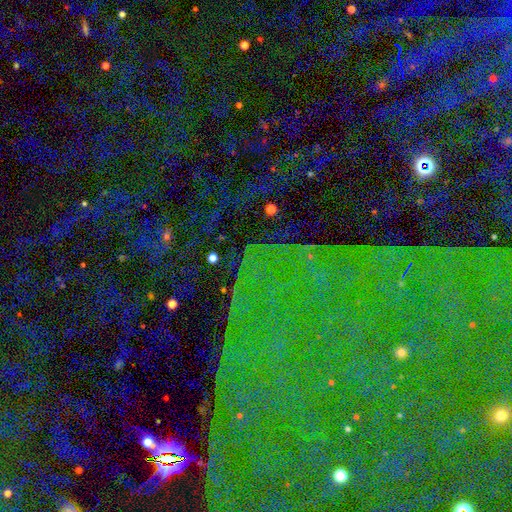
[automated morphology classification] smooth-or-featured: star or artifact: 81% | smooth: 9% | featured or disk: 9%